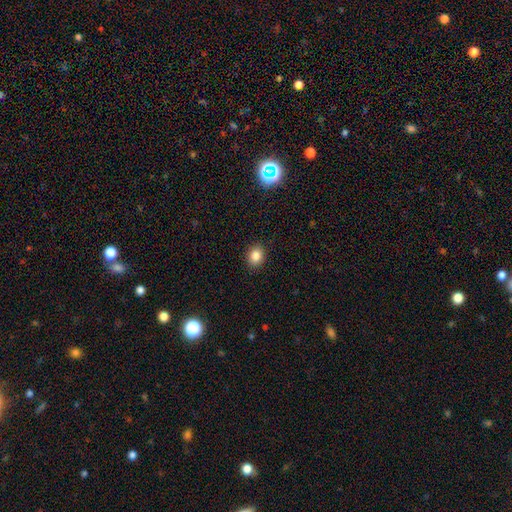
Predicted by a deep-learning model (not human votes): A smooth galaxy with no disk features (84%) that is round (55%). Merging: none (90%).